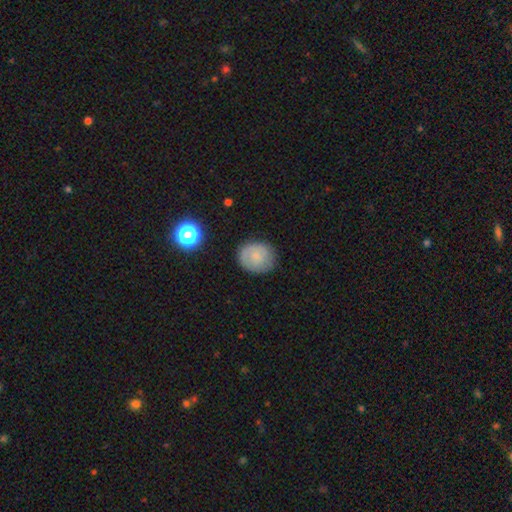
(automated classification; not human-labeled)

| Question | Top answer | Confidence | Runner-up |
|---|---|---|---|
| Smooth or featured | smooth | 70% | featured or disk (21%) |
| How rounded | round | 74% | in between (25%) |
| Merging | none | 80% | minor disturbance (15%) |